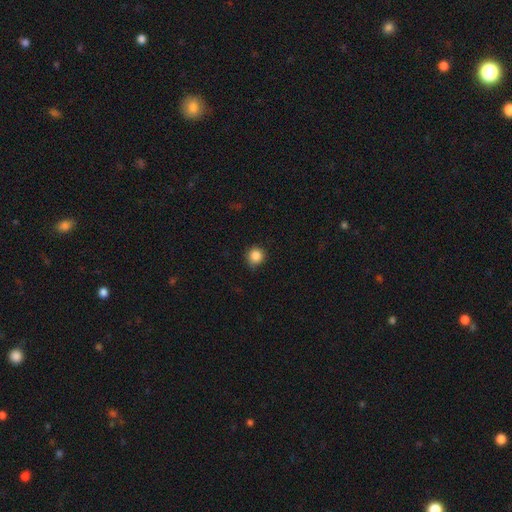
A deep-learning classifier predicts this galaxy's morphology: This is clearly a smooth galaxy (86%). How rounded: clearly round (91%). Merging: clearly none (81%).